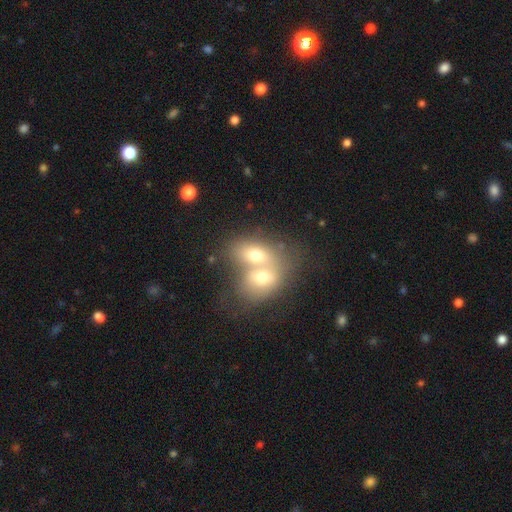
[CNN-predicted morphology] The model was most divided on "how rounded": in between: 66%, round: 32%, cigar-shaped: 2%. More confident: merging — merger (76%); smooth or featured — smooth (63%).